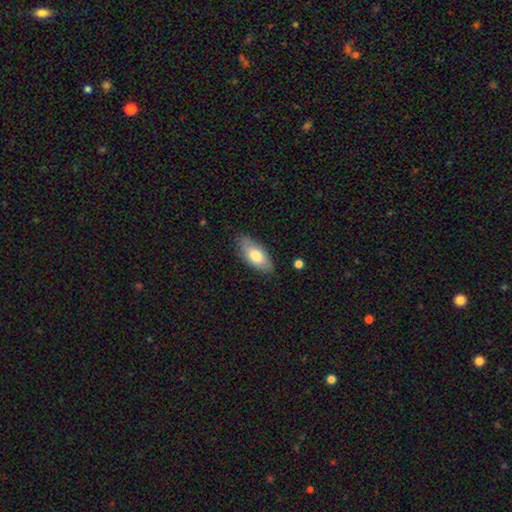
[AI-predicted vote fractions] The model was most divided on "smooth or featured": smooth: 75%, featured or disk: 19%, star or artifact: 6%. More confident: how rounded — in between (87%); merging — none (81%).